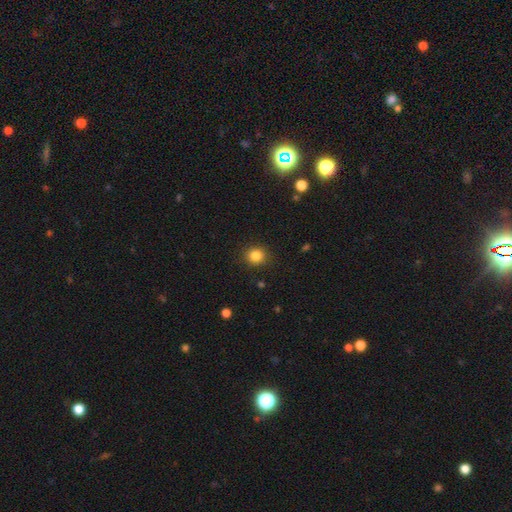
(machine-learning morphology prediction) The model was most divided on "how rounded": round: 85%, in between: 14%, cigar-shaped: 1%. More confident: merging — none (90%); smooth or featured — smooth (84%).